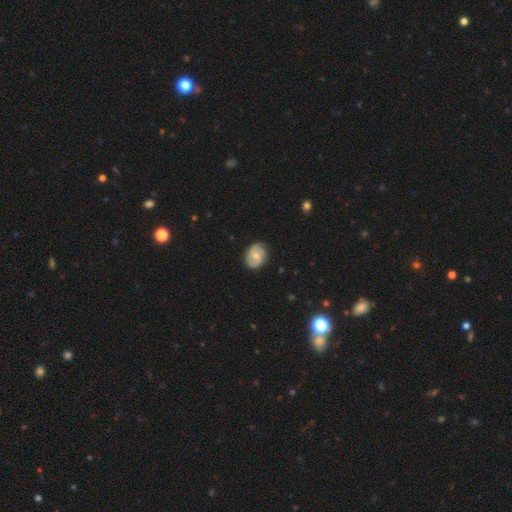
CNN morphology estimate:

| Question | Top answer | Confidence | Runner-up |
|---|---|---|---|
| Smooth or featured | featured or disk | 61% | smooth (33%) |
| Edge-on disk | no | 97% | yes (3%) |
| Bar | no | 55% | weak (38%) |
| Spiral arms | yes | 87% | no (13%) |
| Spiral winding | tight | 43% | medium (41%) |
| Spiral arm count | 2 | 77% | can't tell (13%) |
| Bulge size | moderate | 56% | small (37%) |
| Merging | none | 80% | minor disturbance (16%) |